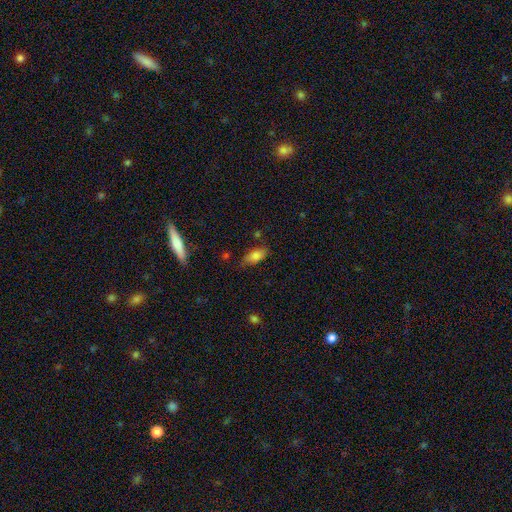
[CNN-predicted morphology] Smooth or featured? smooth (79%)
How rounded? in between (87%)
Merging? none (73%)